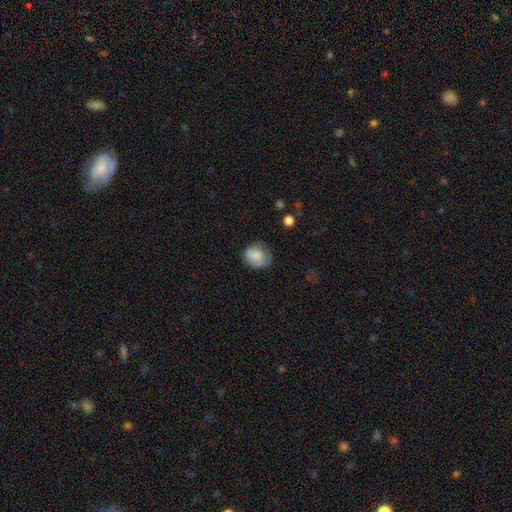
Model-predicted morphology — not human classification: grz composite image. It shows a smooth galaxy with no disk features (79%) that is round (76%). Merging: none (67%).